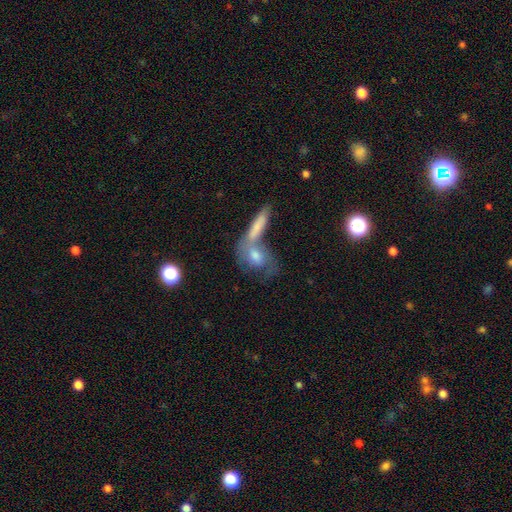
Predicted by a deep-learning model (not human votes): smooth 51%, featured or disk 42%, star or artifact 7%. Down the decision tree: how rounded — in between (66%); merging — merger (53%).